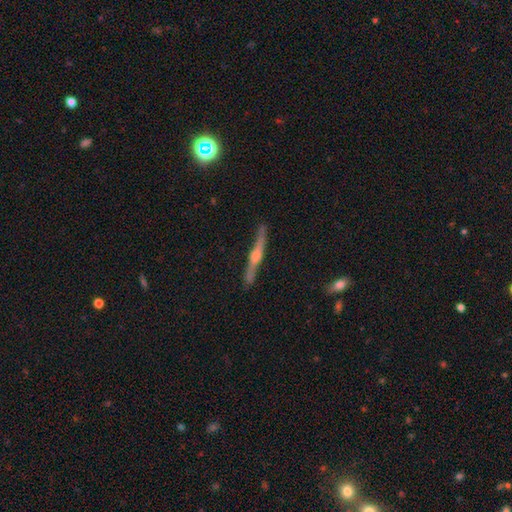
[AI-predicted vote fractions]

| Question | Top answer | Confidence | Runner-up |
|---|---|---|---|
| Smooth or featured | featured or disk | 77% | smooth (17%) |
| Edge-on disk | yes | 95% | no (5%) |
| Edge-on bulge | rounded | 78% | boxy (11%) |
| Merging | none | 85% | minor disturbance (11%) |